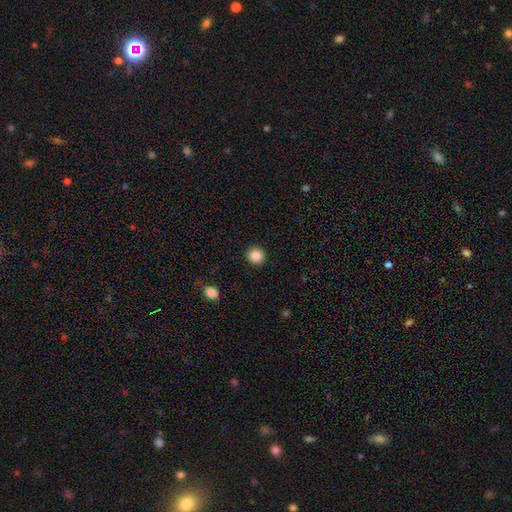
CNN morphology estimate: The model was most divided on "smooth or featured": smooth: 87%, star or artifact: 10%, featured or disk: 4%. More confident: merging — none (92%); how rounded — round (92%).